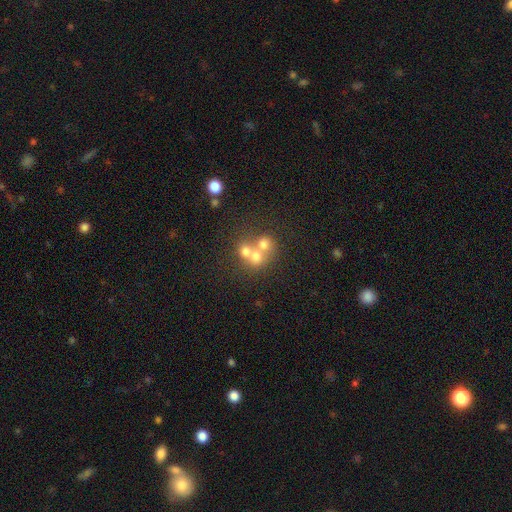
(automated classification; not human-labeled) Smooth or featured: smooth — 60% (featured or disk — 25%)
How rounded: round — 80% (in between — 19%)
Merging: merger — 61% (none — 30%)